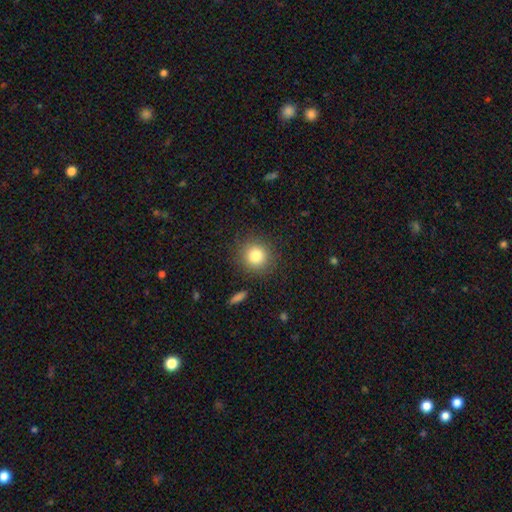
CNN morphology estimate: A smooth galaxy with no disk features (82%) that is round (91%).

Vote fractions:
- Smooth or featured? smooth: 82% / star or artifact: 11% / featured or disk: 7%
- How rounded? round: 91% / in between: 8% / cigar-shaped: 1%
- Merging? none: 88% / minor disturbance: 8% / major disturbance: 3% / merger: 2%